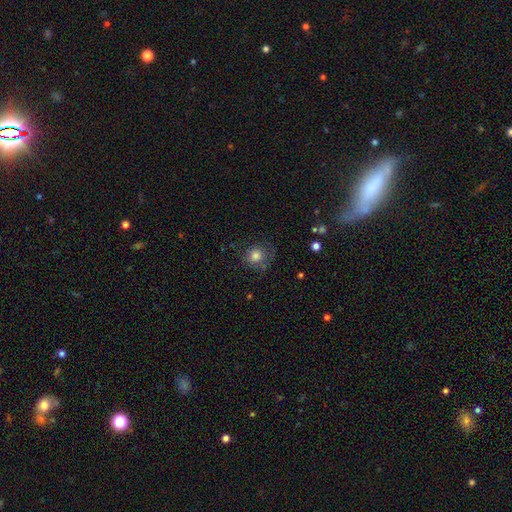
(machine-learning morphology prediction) smooth 78%, featured or disk 11%, star or artifact 10%. Down the decision tree: how rounded — round (80%); merging — none (66%).